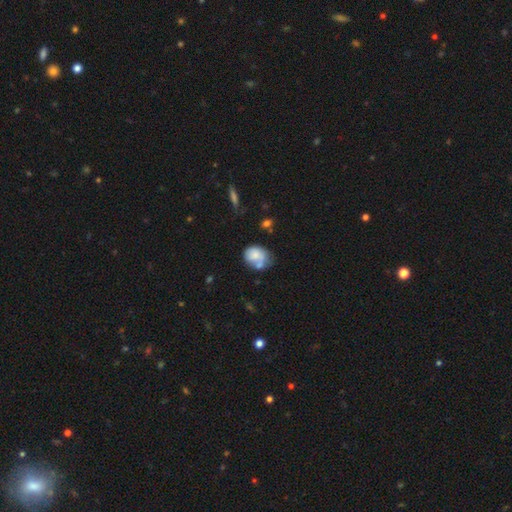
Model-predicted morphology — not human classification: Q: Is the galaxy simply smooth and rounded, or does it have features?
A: smooth — 67%.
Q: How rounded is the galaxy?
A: in between — 55%.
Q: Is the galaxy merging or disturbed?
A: none — 33%.